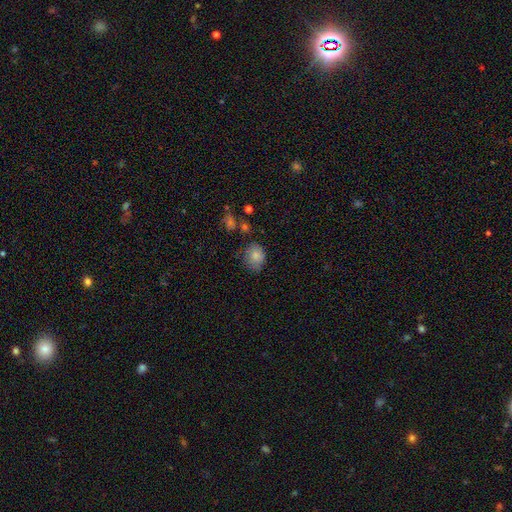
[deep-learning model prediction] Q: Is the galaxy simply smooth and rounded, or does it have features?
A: smooth — 81%.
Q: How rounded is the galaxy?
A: round — 56%.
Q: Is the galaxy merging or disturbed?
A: none — 63%.